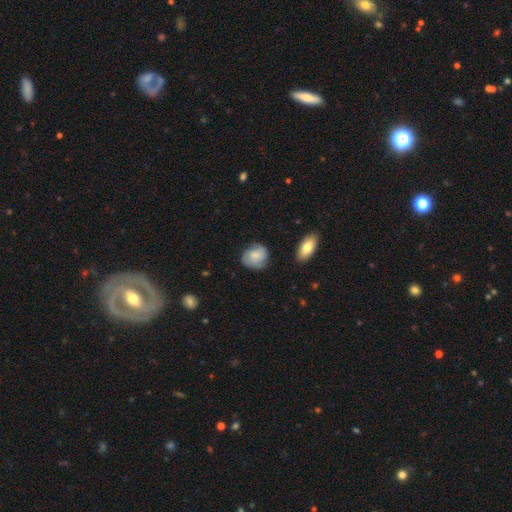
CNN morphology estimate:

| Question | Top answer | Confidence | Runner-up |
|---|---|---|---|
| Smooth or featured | smooth | 48% | featured or disk (45%) |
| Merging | none | 73% | minor disturbance (20%) |